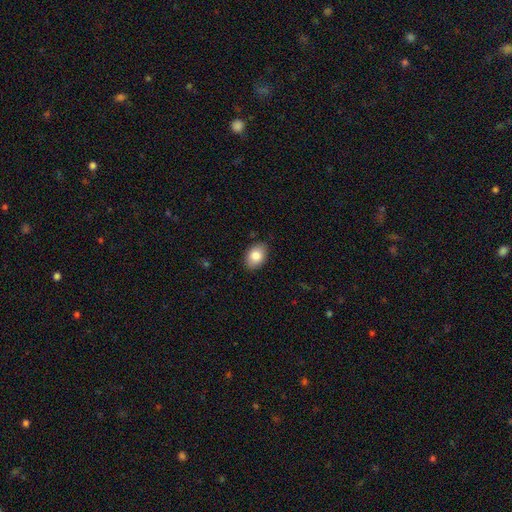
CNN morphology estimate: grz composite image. It shows a smooth galaxy with no disk features (84%) that is in between round and cigar-shaped (83%). Merging: none (86%).